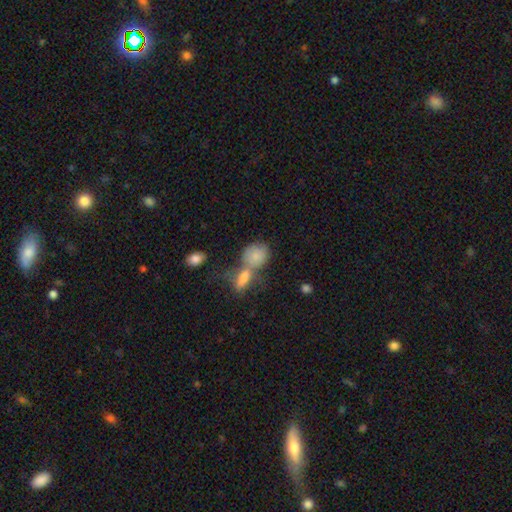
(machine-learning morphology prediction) A smooth galaxy with no disk features (80%) that is in between round and cigar-shaped (50%).

Vote fractions:
- Smooth or featured? smooth: 80% / featured or disk: 12% / star or artifact: 8%
- How rounded? in between: 50% / round: 47% / cigar-shaped: 3%
- Merging? merger: 51% / none: 32% / minor disturbance: 11% / major disturbance: 6%